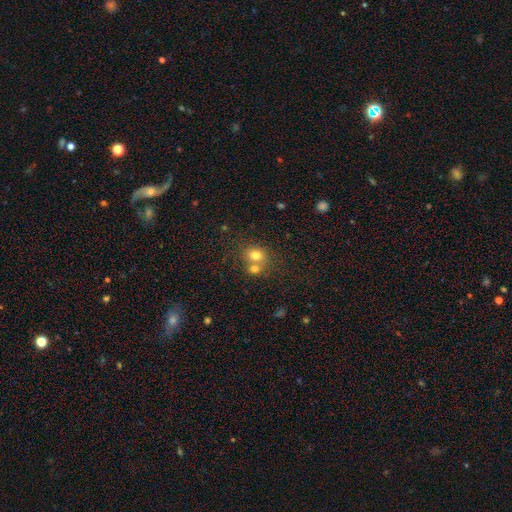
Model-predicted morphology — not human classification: type=smooth (75%); roundness=round (63%); merging=none (46%).